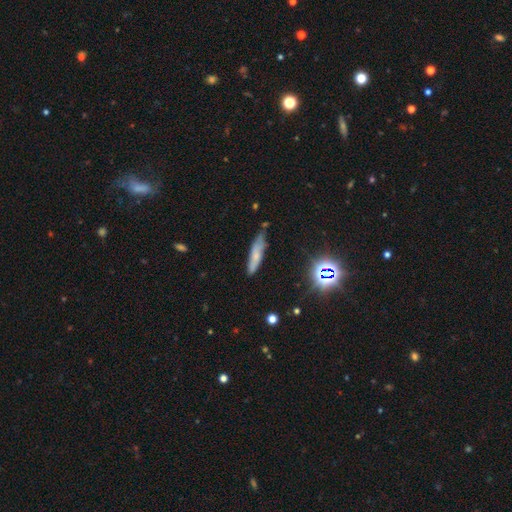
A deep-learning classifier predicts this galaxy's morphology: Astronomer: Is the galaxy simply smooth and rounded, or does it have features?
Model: smooth — 63%.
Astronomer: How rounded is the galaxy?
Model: cigar-shaped — 78%.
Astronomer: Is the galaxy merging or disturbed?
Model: none — 65%.